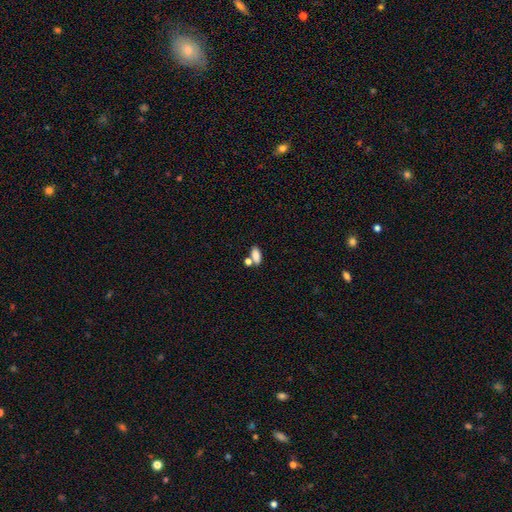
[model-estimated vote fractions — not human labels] This is clearly a smooth galaxy (82%). How rounded: clearly in between (85%). Merging: possibly none (55%).